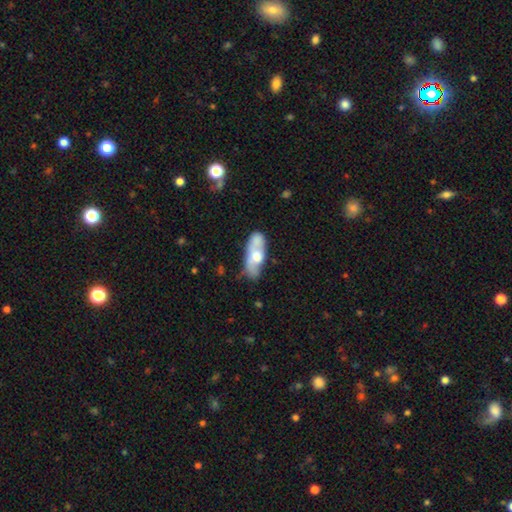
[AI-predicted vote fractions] Smooth or featured: smooth — 54% (featured or disk — 40%)
How rounded: in between — 71% (cigar-shaped — 25%)
Merging: none — 47% (minor disturbance — 25%)